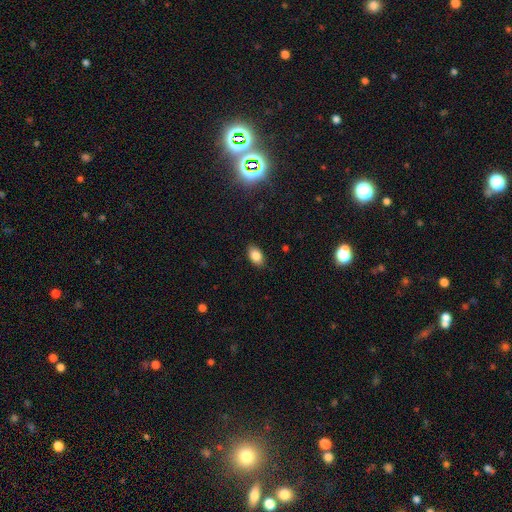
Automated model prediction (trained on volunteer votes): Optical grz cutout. It shows a smooth galaxy with no disk features (84%) that is in between round and cigar-shaped (91%). Merging: none (88%).